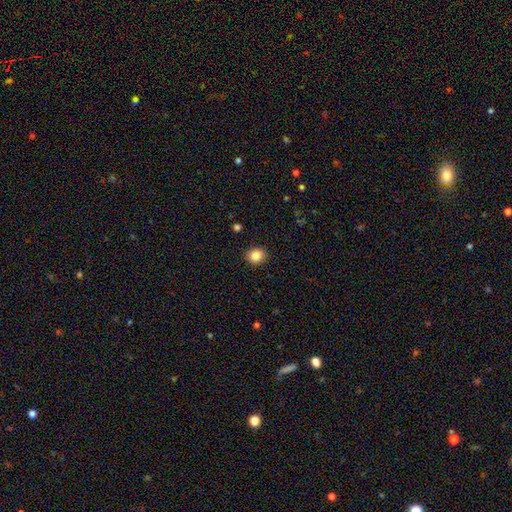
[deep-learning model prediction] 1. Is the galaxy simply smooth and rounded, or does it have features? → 84% smooth, 10% star or artifact, 6% featured or disk.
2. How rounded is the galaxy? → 72% round, 27% in between, 1% cigar-shaped.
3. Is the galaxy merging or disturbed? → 90% none, 8% minor disturbance, 2% major disturbance, 1% merger.